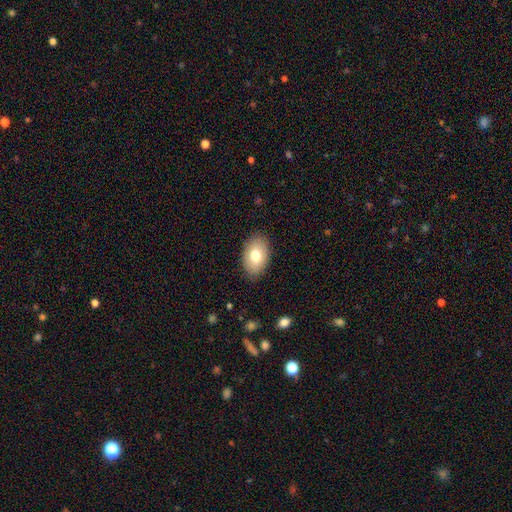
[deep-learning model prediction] A smooth galaxy with no disk features (76%) that is in between round and cigar-shaped (91%).

Vote fractions:
- Smooth or featured? smooth: 76% / featured or disk: 17% / star or artifact: 7%
- How rounded? in between: 91% / round: 8% / cigar-shaped: 1%
- Merging? none: 86% / minor disturbance: 11% / major disturbance: 2% / merger: 1%